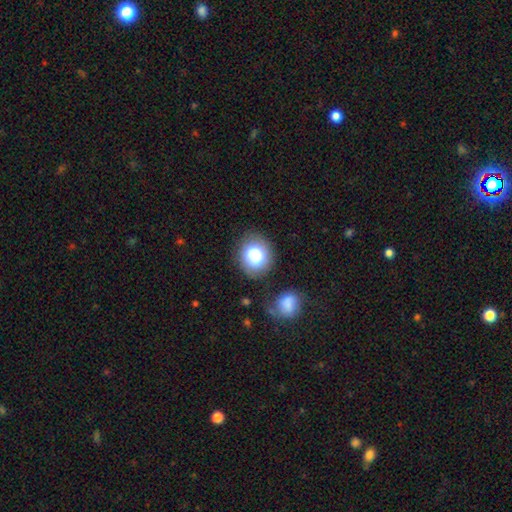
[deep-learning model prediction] This appears to be a smooth galaxy with no disk features (84%) that is round (74%). Merging: none (74%).